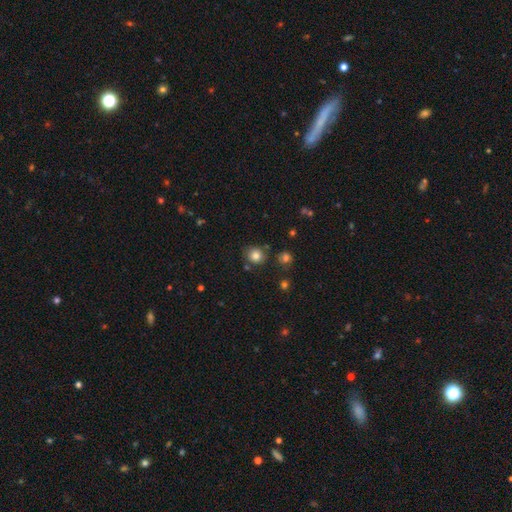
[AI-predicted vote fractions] A smooth galaxy with no disk features (81%) that is round (86%).

Vote fractions:
- Smooth or featured? smooth: 81% / star or artifact: 12% / featured or disk: 6%
- How rounded? round: 86% / in between: 13% / cigar-shaped: 1%
- Merging? none: 80% / minor disturbance: 12% / merger: 6% / major disturbance: 3%